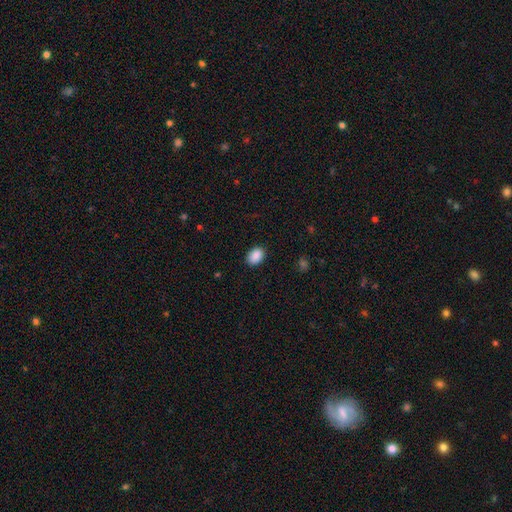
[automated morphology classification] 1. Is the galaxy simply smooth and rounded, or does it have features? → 90% smooth, 8% star or artifact, 3% featured or disk.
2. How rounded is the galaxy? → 81% in between, 17% round, 1% cigar-shaped.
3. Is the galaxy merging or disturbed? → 87% none, 9% minor disturbance, 2% major disturbance, 1% merger.